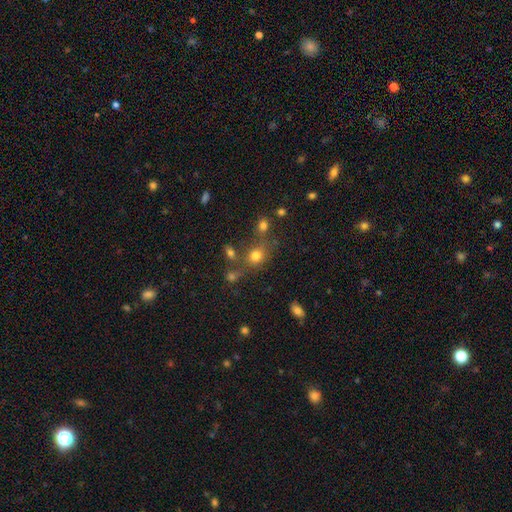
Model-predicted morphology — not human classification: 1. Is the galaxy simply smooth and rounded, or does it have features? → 75% smooth, 16% star or artifact, 9% featured or disk.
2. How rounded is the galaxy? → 67% round, 31% in between, 1% cigar-shaped.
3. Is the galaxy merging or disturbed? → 59% none, 19% merger, 14% minor disturbance, 7% major disturbance.